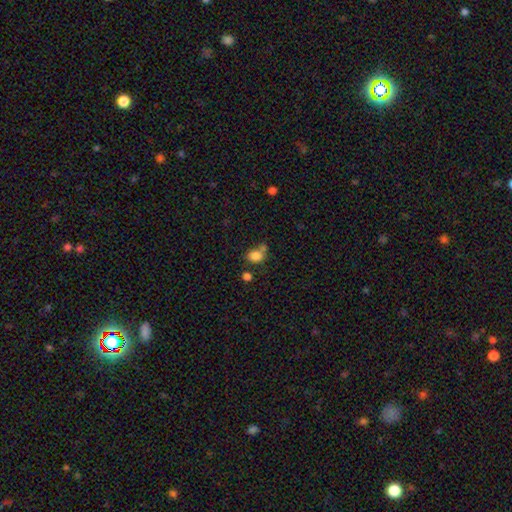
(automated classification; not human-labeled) Smooth or featured? smooth (83%)
How rounded? round (53%)
Merging? none (53%)